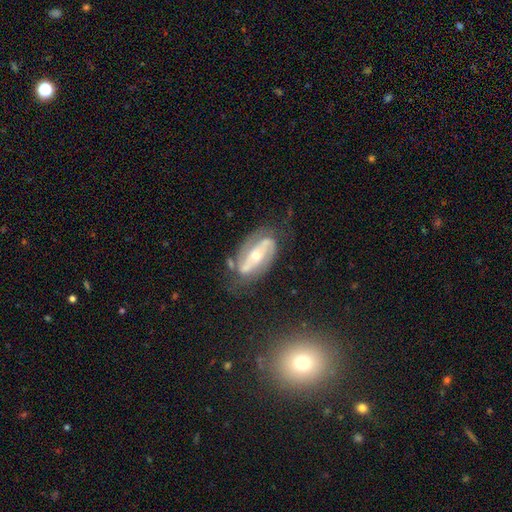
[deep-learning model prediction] Overall: featured or disk (83%). Edge-on disk: no (93%). Bar: strong (51%; no 26%). Spiral arms: yes (89%). Spiral arm count: 2 (86%). Spiral winding: medium (42%; tight 34%). Bulge size: moderate (49%; small 47%). Merging: none (66%).